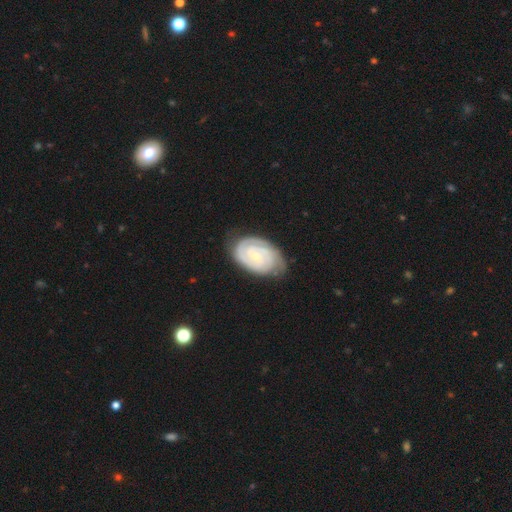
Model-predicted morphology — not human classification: smooth_or_featured: featured or disk (p=0.87) [alt: smooth p=0.09]
disk_edge_on: no (p=0.97) [alt: yes p=0.03]
bar: no (p=0.58) [alt: weak p=0.34]
has_spiral_arms: yes (p=0.98) [alt: no p=0.02]
spiral_winding: tight (p=0.81) [alt: medium p=0.17]
spiral_arm_count: 2 (p=0.54) [alt: 3 p=0.18]
bulge_size: small (p=0.72) [alt: moderate p=0.24]
merging: none (p=0.74) [alt: minor disturbance p=0.19]